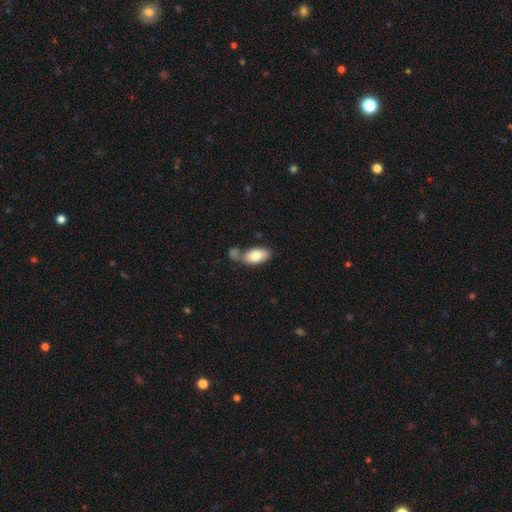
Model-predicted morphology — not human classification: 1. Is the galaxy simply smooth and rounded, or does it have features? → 79% smooth, 14% featured or disk, 6% star or artifact.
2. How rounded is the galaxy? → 93% in between, 4% round, 3% cigar-shaped.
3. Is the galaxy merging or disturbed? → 53% none, 26% merger, 15% minor disturbance, 6% major disturbance.